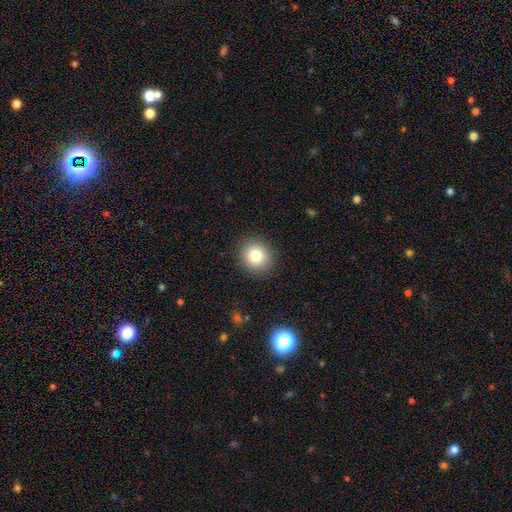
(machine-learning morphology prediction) Smooth or featured? Predicted: smooth (p=0.80). How rounded? Predicted: round (p=0.90). Merging? Predicted: none (p=0.91).